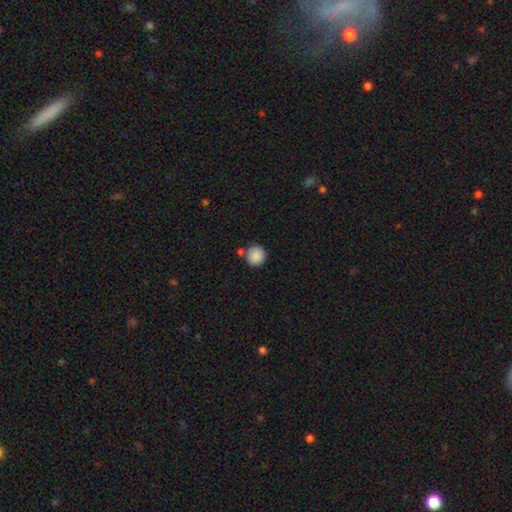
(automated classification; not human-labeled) smooth_or_featured: smooth (p=0.88) [alt: star or artifact p=0.08]
how_rounded: round (p=0.93) [alt: in between p=0.06]
merging: none (p=0.76) [alt: merger p=0.11]